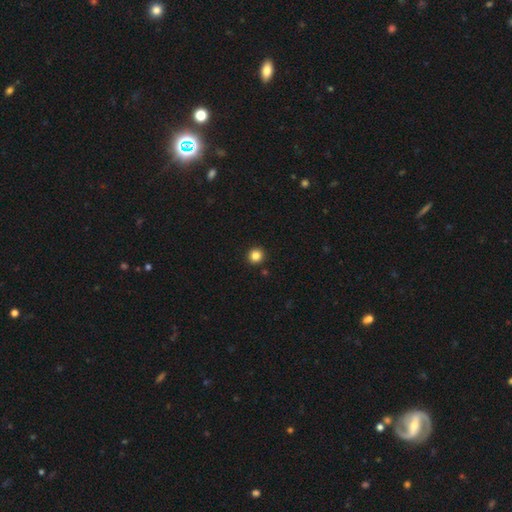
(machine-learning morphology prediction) A smooth galaxy with no disk features (84%) that is round (93%).

Vote fractions:
- Smooth or featured? smooth: 84% / star or artifact: 12% / featured or disk: 4%
- How rounded? round: 93% / in between: 6% / cigar-shaped: 1%
- Merging? none: 93% / minor disturbance: 4% / major disturbance: 1% / merger: 1%